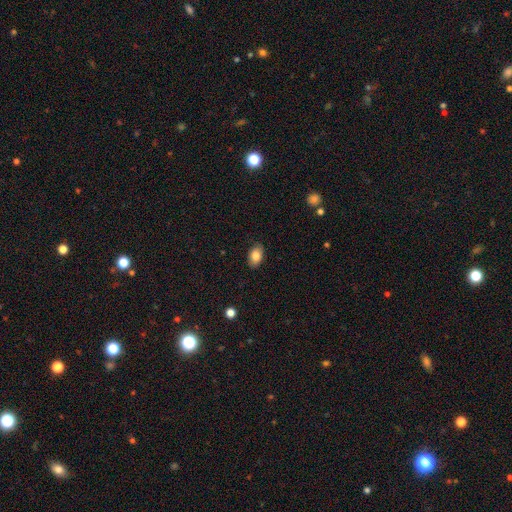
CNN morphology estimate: Smooth or featured? Predicted: smooth (p=0.84). How rounded? Predicted: in between (p=0.89). Merging? Predicted: none (p=0.84).